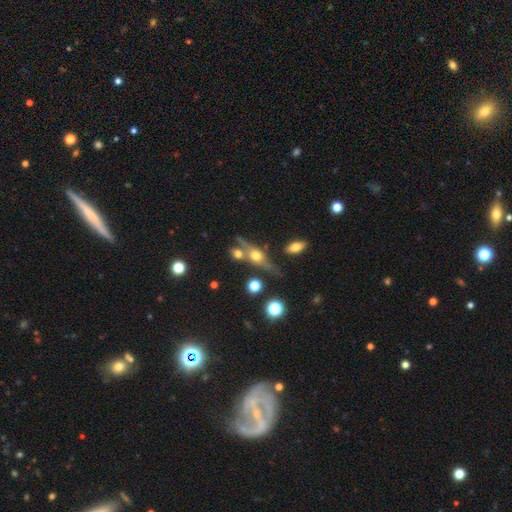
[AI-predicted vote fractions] Morphology: type=featured or disk (60%); edge-on=yes (77%); merging=none (54%).